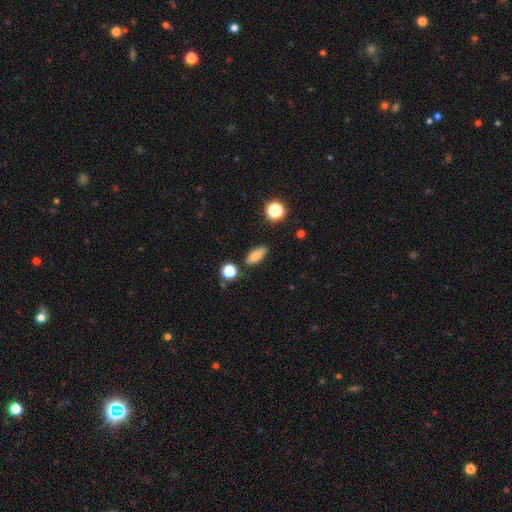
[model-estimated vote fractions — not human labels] Q: Smooth or featured?
A: smooth (82%); runner-up: star or artifact (10%)
Q: How rounded?
A: in between (81%); runner-up: cigar-shaped (14%)
Q: Merging?
A: none (83%); runner-up: minor disturbance (11%)